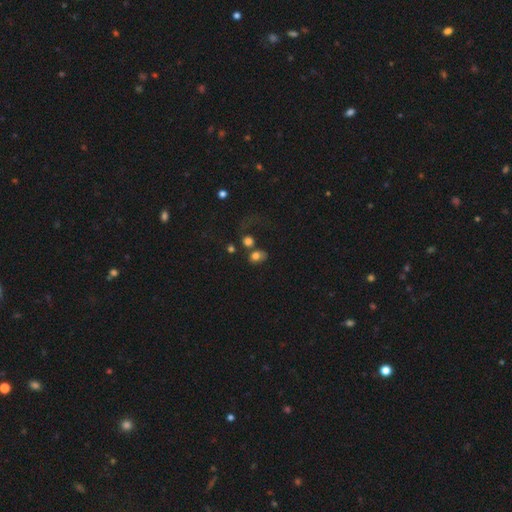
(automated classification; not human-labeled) This is likely a smooth galaxy (77%). How rounded: possibly in between (57%). Merging: possibly none (48%).